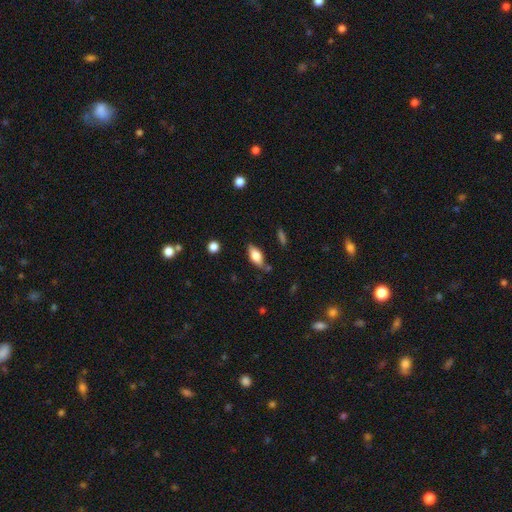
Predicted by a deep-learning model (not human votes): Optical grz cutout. It shows a smooth galaxy with no disk features (71%) that is in between round and cigar-shaped (85%). Merging: none (77%).